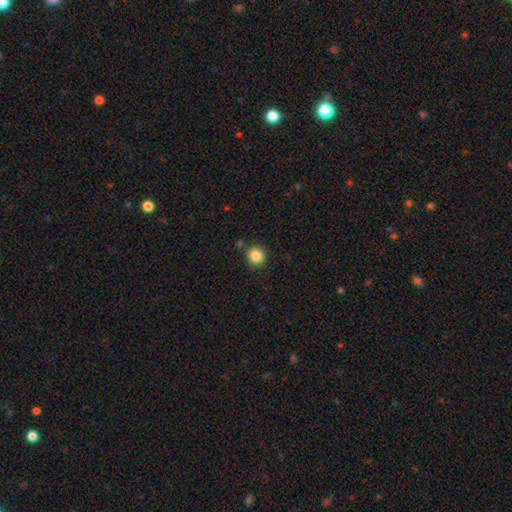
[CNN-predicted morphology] Smooth or featured: smooth — 86% (star or artifact — 10%)
How rounded: round — 88% (in between — 11%)
Merging: none — 83% (minor disturbance — 9%)